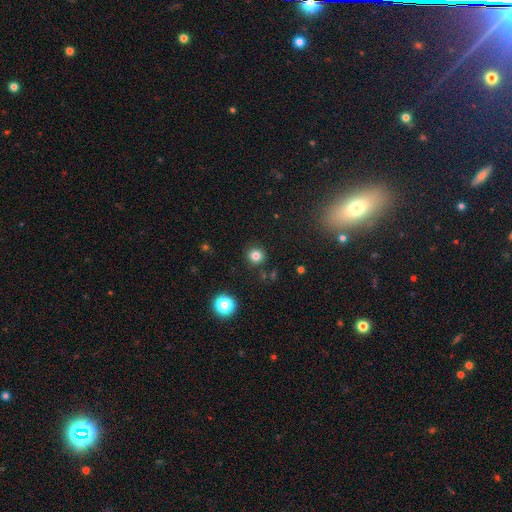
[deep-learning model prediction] A smooth galaxy with no disk features (81%) that is round (92%). Merging: none (89%).